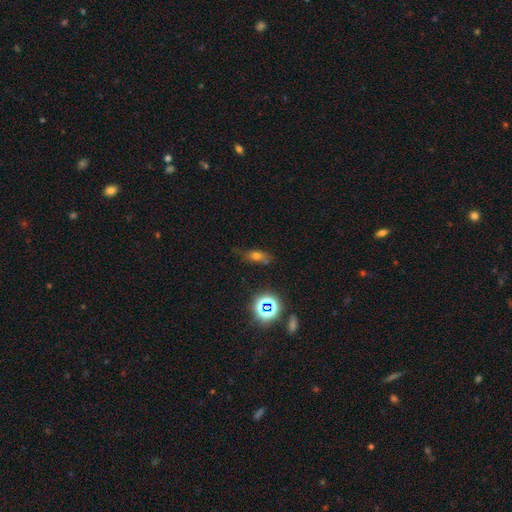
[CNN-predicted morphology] Smooth or featured? smooth (59%)
How rounded? in between (67%)
Merging? none (66%)